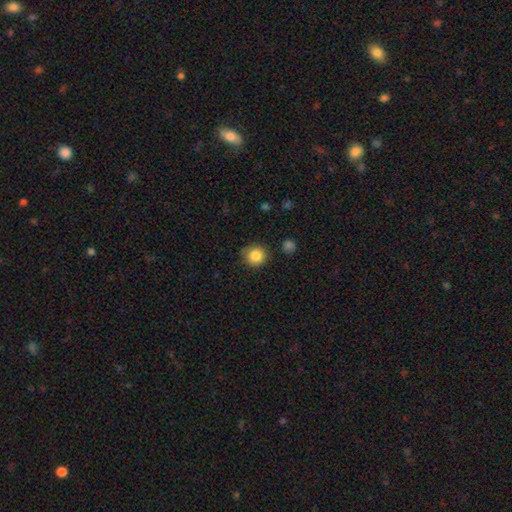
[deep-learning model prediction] This is clearly a smooth galaxy (85%). How rounded: clearly round (90%). Merging: clearly none (85%).